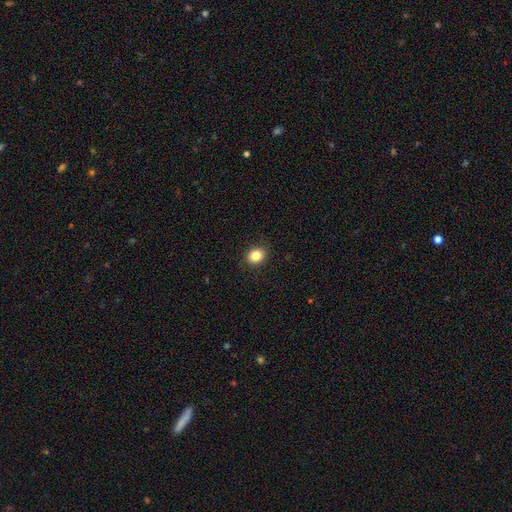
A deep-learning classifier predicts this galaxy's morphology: smooth_or_featured: smooth (p=0.85) [alt: star or artifact p=0.10]
how_rounded: round (p=0.62) [alt: in between p=0.37]
merging: none (p=0.90) [alt: minor disturbance p=0.07]